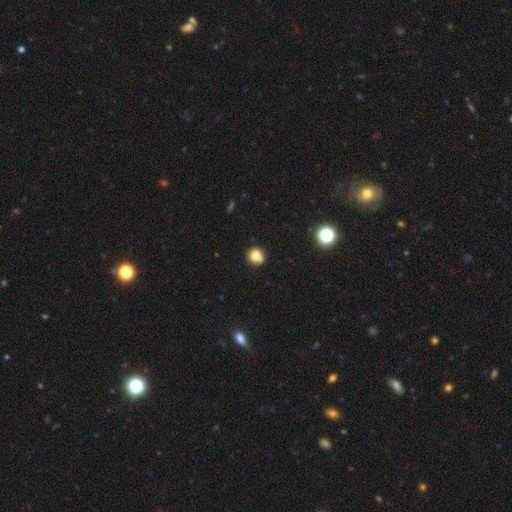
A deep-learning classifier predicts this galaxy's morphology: Smooth or featured?
  - smooth: 76% *
  - star or artifact: 13%
  - featured or disk: 11%
How rounded?
  - round: 91% *
  - in between: 8%
  - cigar-shaped: 1%
Merging?
  - none: 69% *
  - merger: 15%
  - minor disturbance: 12%
  - major disturbance: 3%